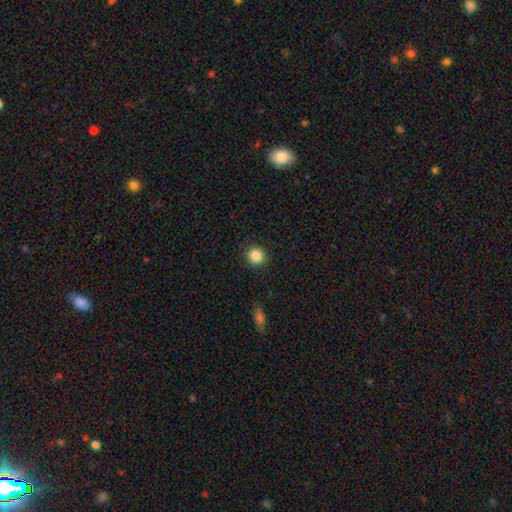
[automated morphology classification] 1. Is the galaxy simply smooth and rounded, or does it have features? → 85% smooth, 10% star or artifact, 5% featured or disk.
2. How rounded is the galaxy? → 93% round, 6% in between, 1% cigar-shaped.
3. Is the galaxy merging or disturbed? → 91% none, 6% minor disturbance, 2% major disturbance, 1% merger.